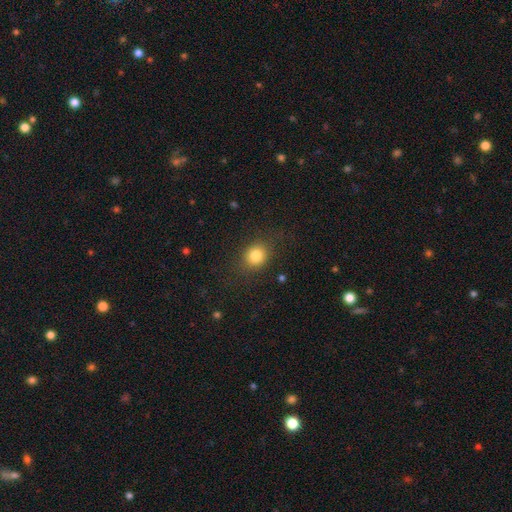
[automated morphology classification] Smooth or featured?
  - smooth: 82% *
  - star or artifact: 11%
  - featured or disk: 7%
How rounded?
  - round: 70% *
  - in between: 29%
  - cigar-shaped: 1%
Merging?
  - none: 82% *
  - minor disturbance: 12%
  - major disturbance: 5%
  - merger: 1%